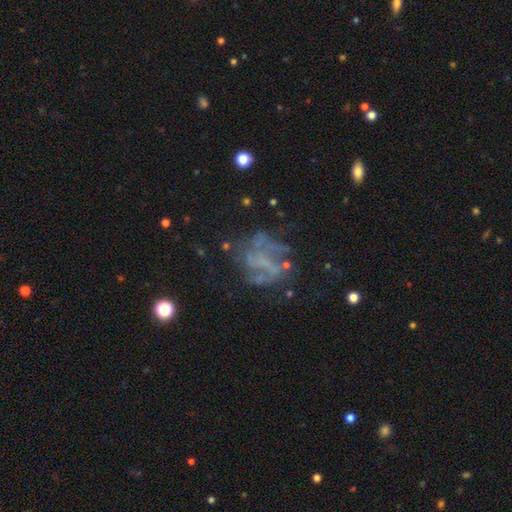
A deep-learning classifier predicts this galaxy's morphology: type=featured or disk (66%); edge-on=no (98%); bar=no (65%); spiral arms=yes (51%); bulge=none (72%); merging=none (50%).